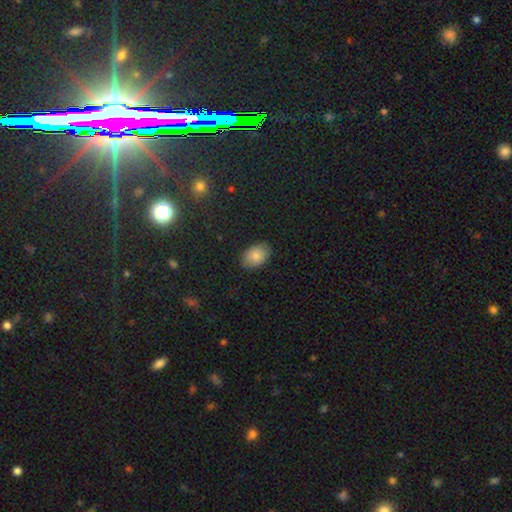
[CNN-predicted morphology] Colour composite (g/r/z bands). It shows a smooth galaxy with no disk features (83%) that is in between round and cigar-shaped (85%). Merging: none (87%).